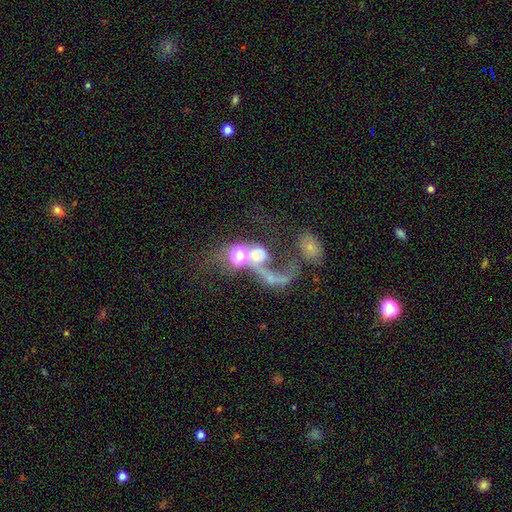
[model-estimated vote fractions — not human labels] Smooth or featured: featured or disk — 48% (smooth — 32%)
Merging: merger — 53% (major disturbance — 27%)